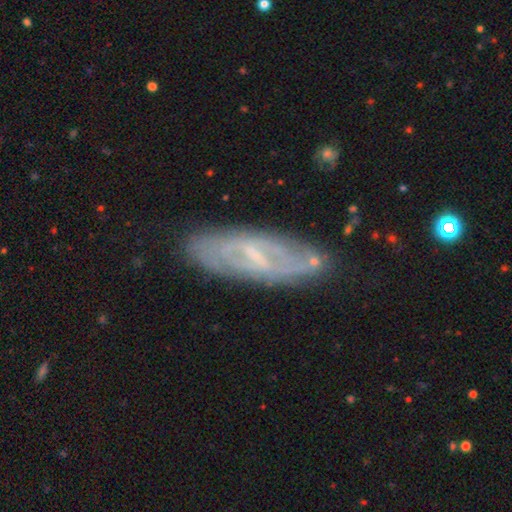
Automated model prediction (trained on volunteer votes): Smooth or featured?
  - featured or disk: 69% *
  - smooth: 23%
  - star or artifact: 8%
Edge-on disk?
  - no: 76% *
  - yes: 24%
Bar?
  - weak: 46% *
  - strong: 34%
  - no: 20%
Spiral arms?
  - yes: 66% *
  - no: 34%
Bulge size?
  - small: 50% *
  - none: 27%
  - moderate: 21%
  - large: 2%
  - dominant: 1%
Merging?
  - none: 75% *
  - minor disturbance: 17%
  - major disturbance: 5%
  - merger: 3%